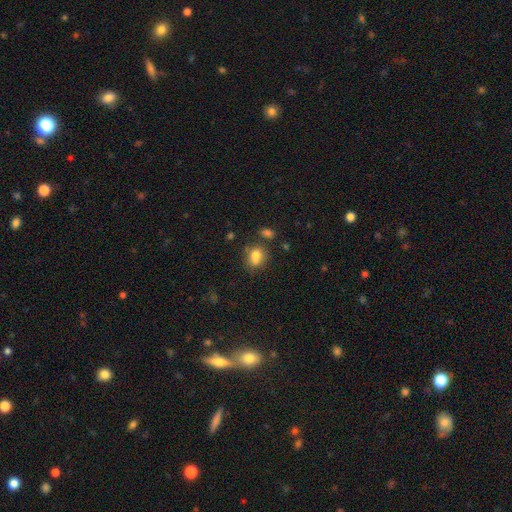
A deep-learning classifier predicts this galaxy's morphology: This is likely a smooth galaxy (77%). How rounded: possibly in between (52%). Merging: possibly none (56%).